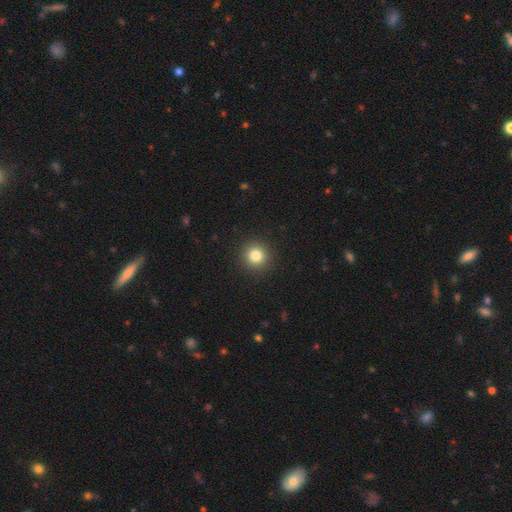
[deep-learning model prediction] Smooth or featured: smooth — 83% (star or artifact — 11%)
How rounded: round — 94% (in between — 5%)
Merging: none — 92% (minor disturbance — 5%)